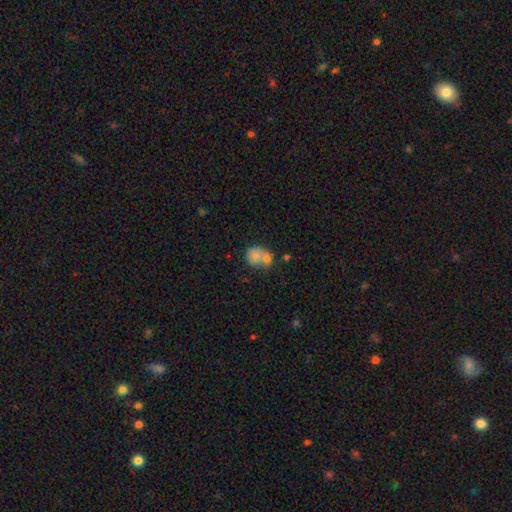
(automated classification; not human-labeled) The model was most divided on "how rounded": round: 60%, in between: 39%, cigar-shaped: 1%. More confident: smooth or featured — smooth (69%); merging — merger (58%).